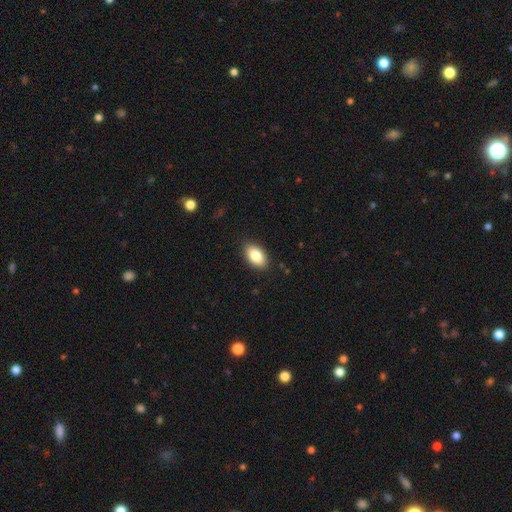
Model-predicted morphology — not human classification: Q: Smooth or featured?
A: smooth (84%); runner-up: featured or disk (9%)
Q: How rounded?
A: in between (93%); runner-up: round (5%)
Q: Merging?
A: none (87%); runner-up: minor disturbance (10%)